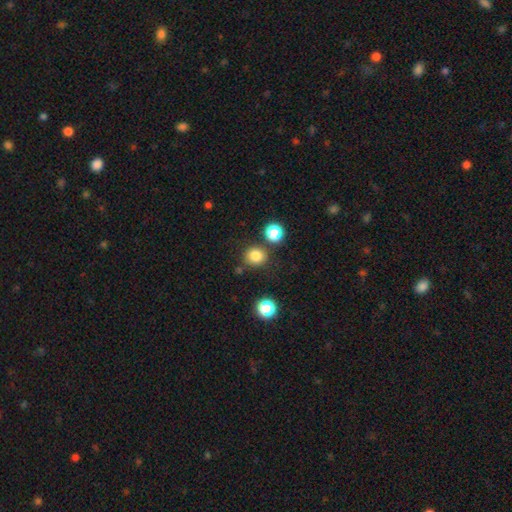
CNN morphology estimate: This is clearly a smooth galaxy (81%). How rounded: clearly round (86%). Merging: likely none (79%).